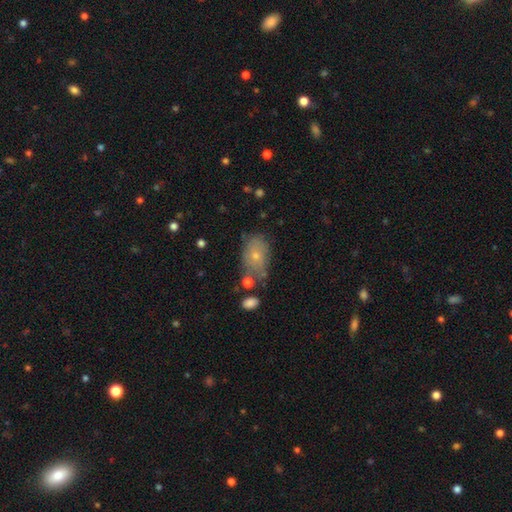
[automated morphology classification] Q: Smooth or featured?
A: smooth (63%); runner-up: featured or disk (27%)
Q: How rounded?
A: in between (85%); runner-up: round (14%)
Q: Merging?
A: none (59%); runner-up: minor disturbance (25%)